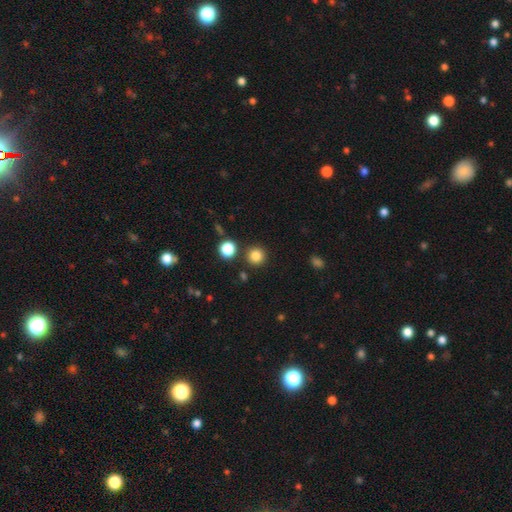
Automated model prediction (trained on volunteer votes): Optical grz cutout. It shows a smooth galaxy with no disk features (83%) that is round (94%). Merging: none (88%).